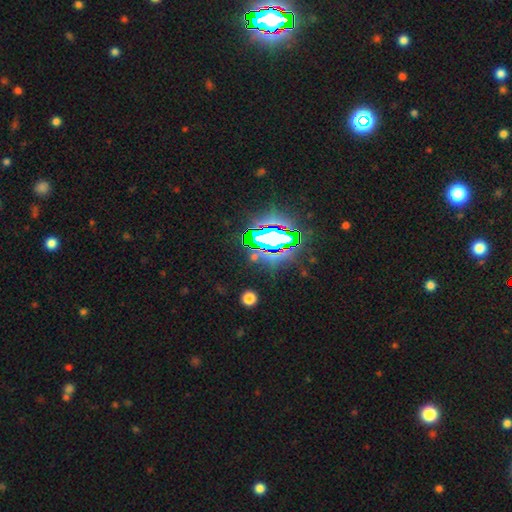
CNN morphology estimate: Q: Smooth or featured?
A: star or artifact (74%); runner-up: smooth (13%)